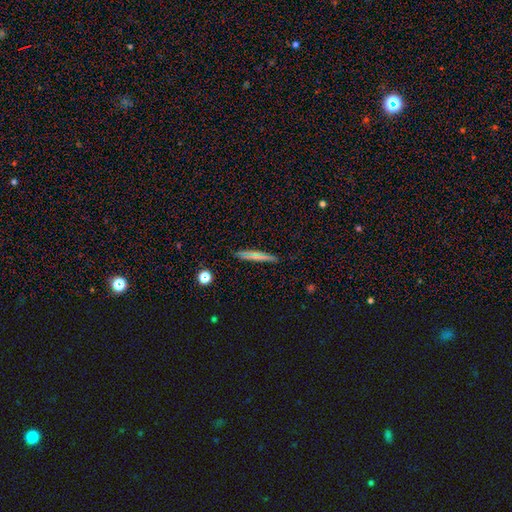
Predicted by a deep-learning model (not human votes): Smooth or featured? Predicted: smooth (p=0.60). How rounded? Predicted: cigar-shaped (p=0.90). Merging? Predicted: none (p=0.86).